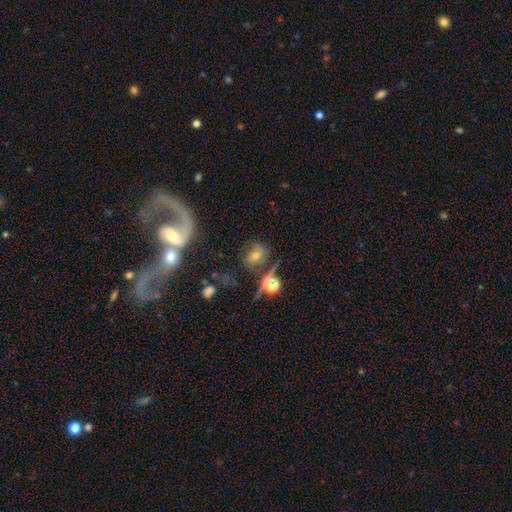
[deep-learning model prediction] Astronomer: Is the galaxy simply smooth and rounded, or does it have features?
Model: smooth — 43% (runner-up: featured or disk, 32%).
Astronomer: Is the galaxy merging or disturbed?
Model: none — 59%.